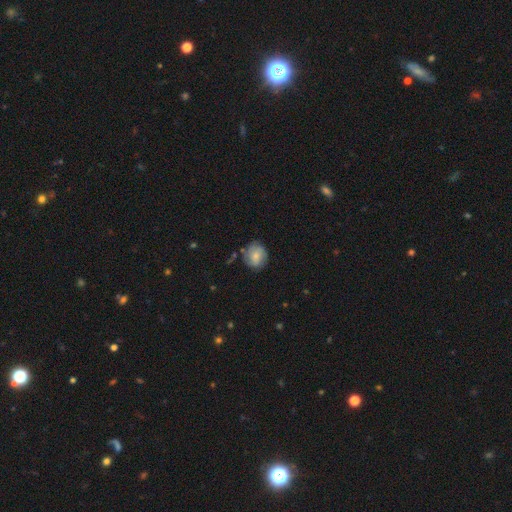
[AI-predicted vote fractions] A smooth galaxy with no disk features (62%) that is round (74%). Merging: none (71%).